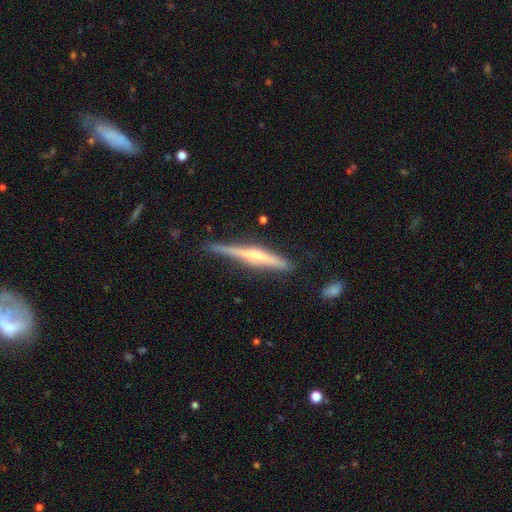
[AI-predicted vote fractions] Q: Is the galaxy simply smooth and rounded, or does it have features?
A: featured or disk — 71%.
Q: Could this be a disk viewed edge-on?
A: yes — 98%.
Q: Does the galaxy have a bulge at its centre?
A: rounded — 73%.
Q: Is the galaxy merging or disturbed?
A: none — 80%.